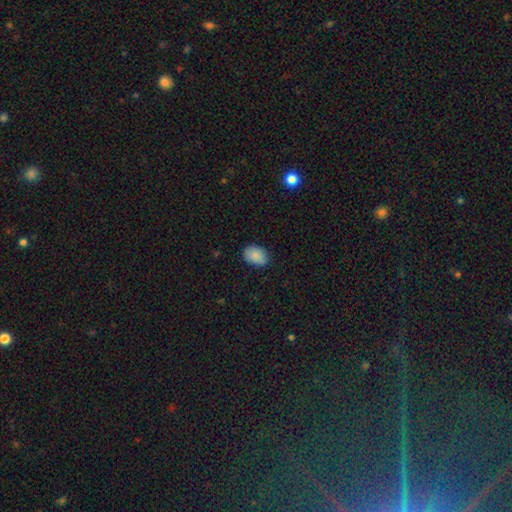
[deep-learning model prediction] A smooth galaxy with no disk features (88%) that is in between round and cigar-shaped (78%). Merging: none (81%).